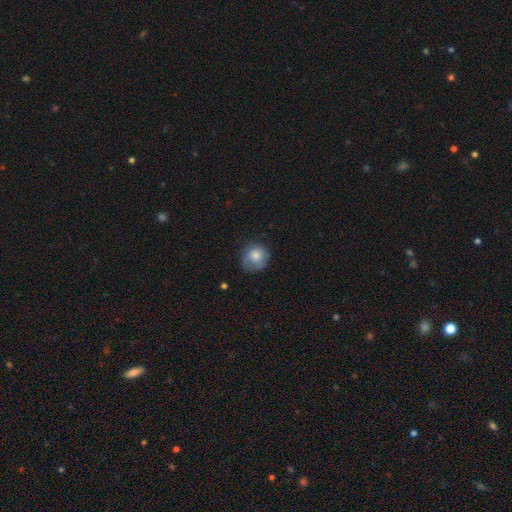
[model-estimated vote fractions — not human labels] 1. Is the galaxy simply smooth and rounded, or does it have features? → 77% smooth, 15% featured or disk, 8% star or artifact.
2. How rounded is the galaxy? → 84% round, 15% in between, 1% cigar-shaped.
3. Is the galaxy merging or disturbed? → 65% none, 25% minor disturbance, 9% major disturbance, 1% merger.